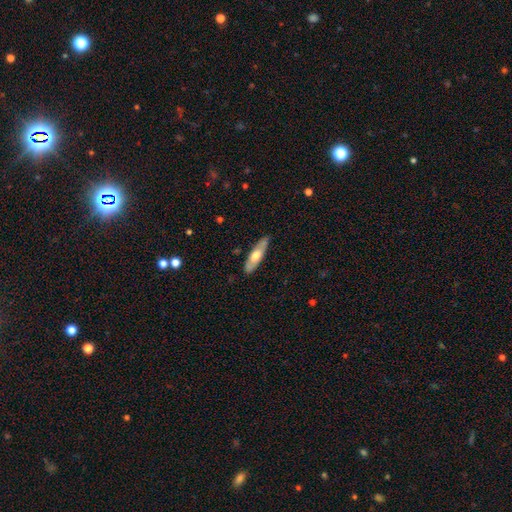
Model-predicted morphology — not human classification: smooth 53%, featured or disk 42%, star or artifact 5%. Down the decision tree: how rounded — cigar-shaped (62%); merging — none (84%).